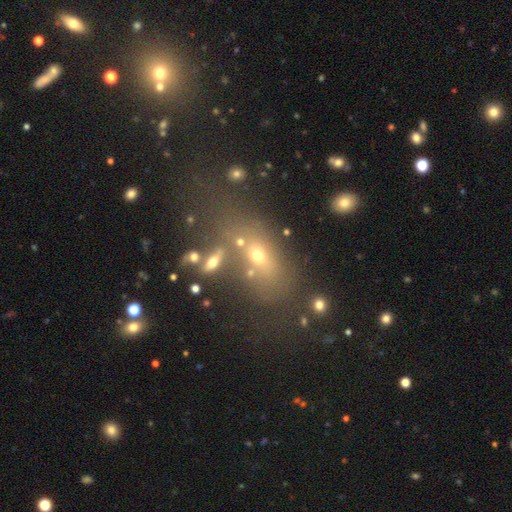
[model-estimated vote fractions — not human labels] Smooth or featured?
  - smooth: 45% *
  - star or artifact: 33%
  - featured or disk: 22%
Merging?
  - none: 49% *
  - merger: 26%
  - minor disturbance: 14%
  - major disturbance: 11%